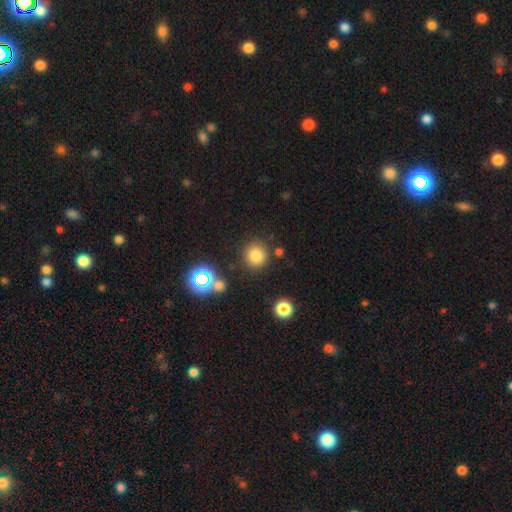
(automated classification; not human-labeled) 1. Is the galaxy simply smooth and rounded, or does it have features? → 77% smooth, 17% star or artifact, 6% featured or disk.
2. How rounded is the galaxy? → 92% round, 7% in between, 1% cigar-shaped.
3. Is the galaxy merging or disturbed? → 84% none, 8% minor disturbance, 5% merger, 3% major disturbance.